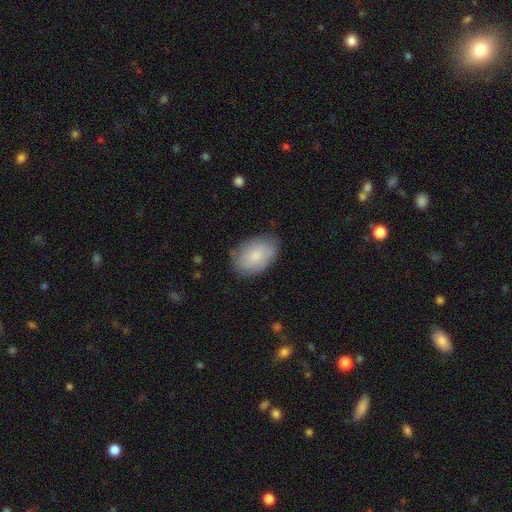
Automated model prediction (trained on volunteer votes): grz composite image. It shows a smooth galaxy with no disk features (65%) that is in between round and cigar-shaped (87%). Merging: none (76%).